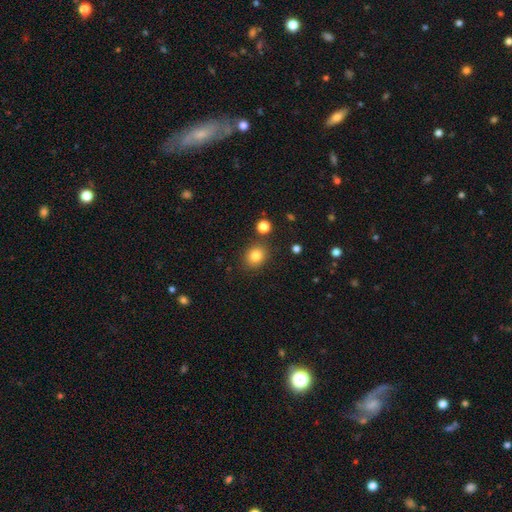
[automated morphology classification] Smooth or featured? smooth (82%)
How rounded? round (67%)
Merging? none (84%)